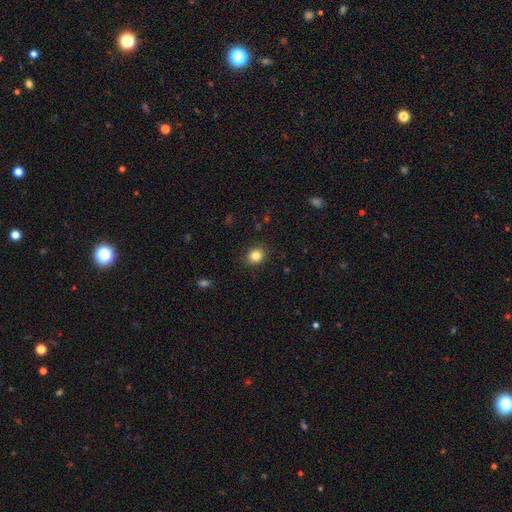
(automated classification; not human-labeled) smooth-or-featured: smooth: 83% | star or artifact: 10% | featured or disk: 6%
  how-rounded: round: 67% | in between: 32% | cigar-shaped: 1%
  merging: none: 88% | minor disturbance: 8% | major disturbance: 2% | merger: 1%